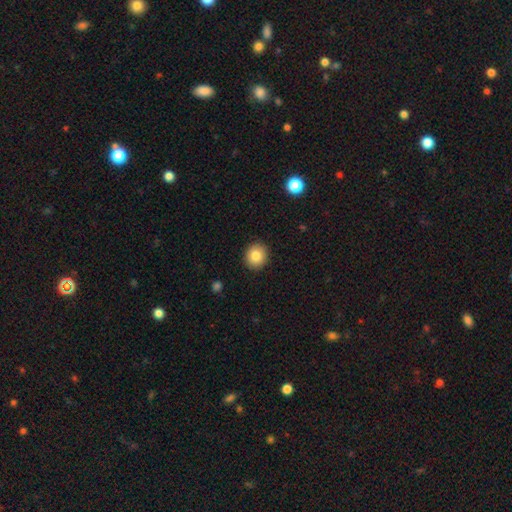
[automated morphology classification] This is clearly a smooth galaxy (84%). How rounded: clearly round (82%). Merging: clearly none (91%).